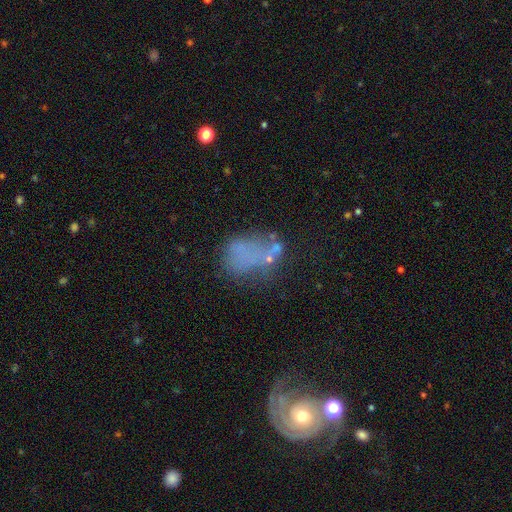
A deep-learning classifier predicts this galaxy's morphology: Overall: smooth (43%; featured or disk 34%). Merging: none (37%; major disturbance 26%).